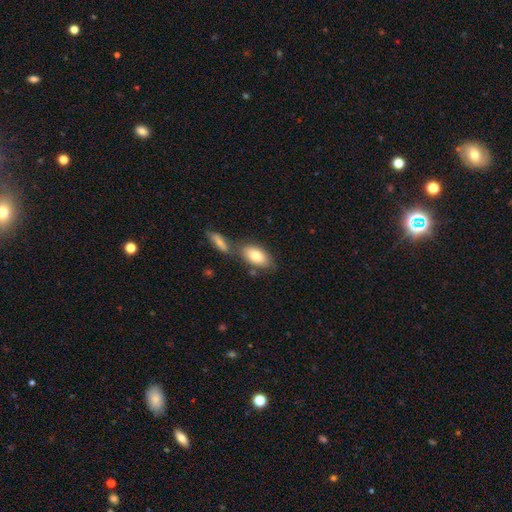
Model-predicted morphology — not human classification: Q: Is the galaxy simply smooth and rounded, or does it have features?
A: smooth — 79%.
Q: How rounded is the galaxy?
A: in between — 91%.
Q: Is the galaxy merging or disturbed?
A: none — 58%.